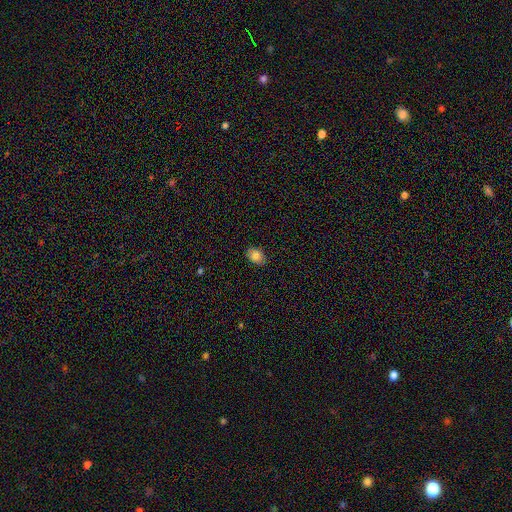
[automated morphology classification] This appears to be a smooth galaxy with no disk features (82%) that is in between round and cigar-shaped (77%). Merging: none (86%).